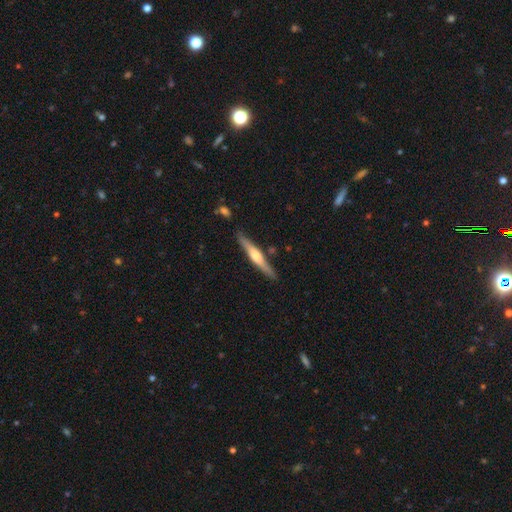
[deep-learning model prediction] Q: Smooth or featured?
A: featured or disk (62%); runner-up: smooth (33%)
Q: Edge-on disk?
A: yes (96%); runner-up: no (4%)
Q: Edge-on bulge?
A: rounded (86%); runner-up: none (8%)
Q: Merging?
A: none (85%); runner-up: minor disturbance (10%)